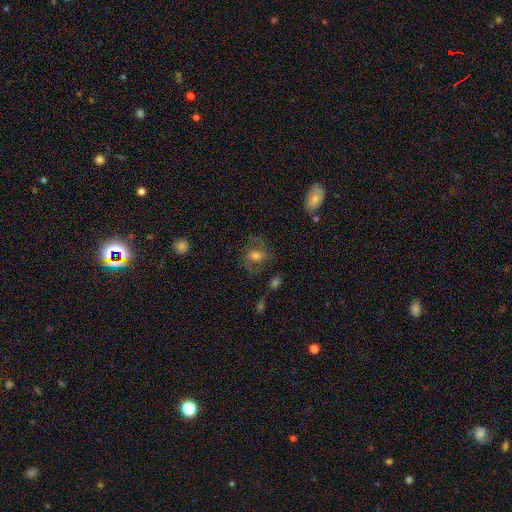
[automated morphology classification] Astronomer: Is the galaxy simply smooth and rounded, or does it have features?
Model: featured or disk — 51% (runner-up: smooth, 37%).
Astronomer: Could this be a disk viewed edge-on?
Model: no — 96%.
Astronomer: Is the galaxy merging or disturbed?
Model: none — 61%.